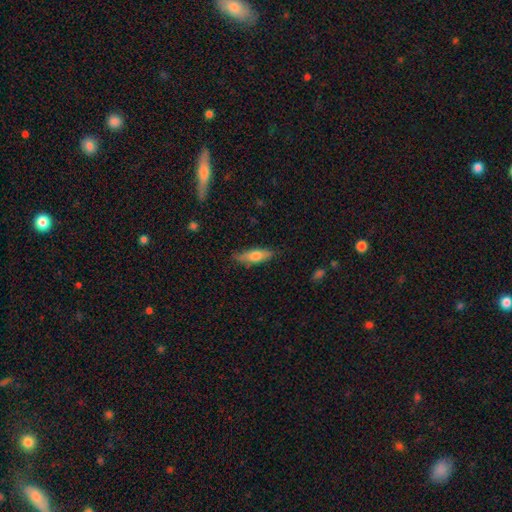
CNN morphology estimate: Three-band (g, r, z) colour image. It shows a smooth galaxy with no disk features (65%) that is cigar-shaped (56%). Merging: none (79%).